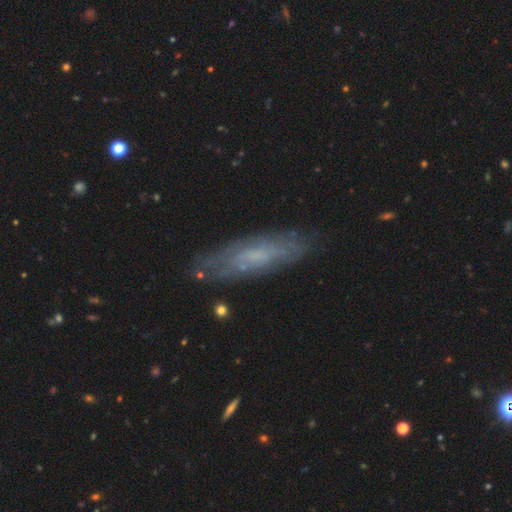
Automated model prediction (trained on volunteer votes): Morphology: type=featured or disk (50%); merging=none (78%).